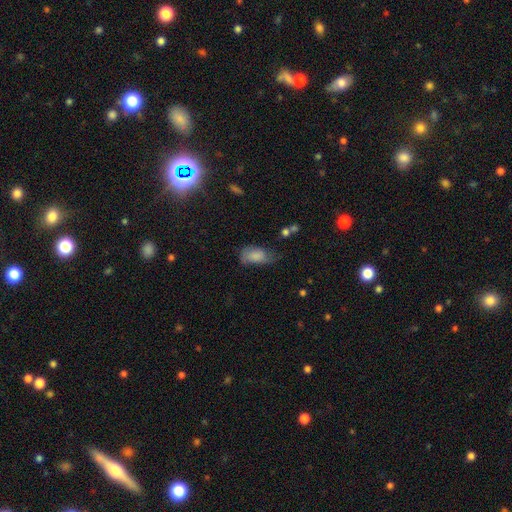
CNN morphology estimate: smooth-or-featured: smooth: 74% | featured or disk: 18% | star or artifact: 8%
  how-rounded: in between: 91% | round: 5% | cigar-shaped: 3%
  merging: minor disturbance: 37% | none: 36% | major disturbance: 23% | merger: 3%